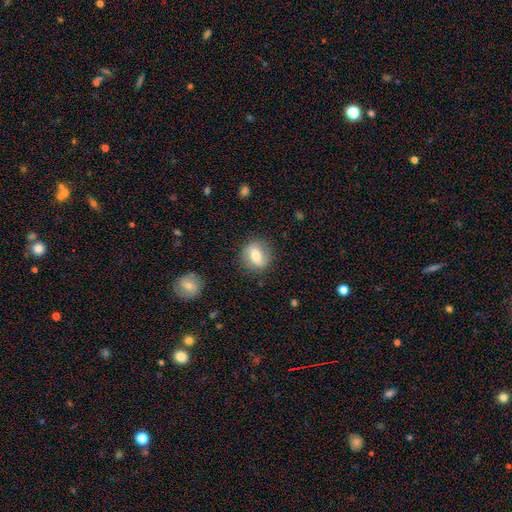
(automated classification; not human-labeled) A smooth galaxy with no disk features (64%) that is round (66%).

Vote fractions:
- Smooth or featured? smooth: 64% / featured or disk: 28% / star or artifact: 8%
- How rounded? round: 66% / in between: 32% / cigar-shaped: 2%
- Merging? none: 82% / minor disturbance: 13% / major disturbance: 4% / merger: 2%